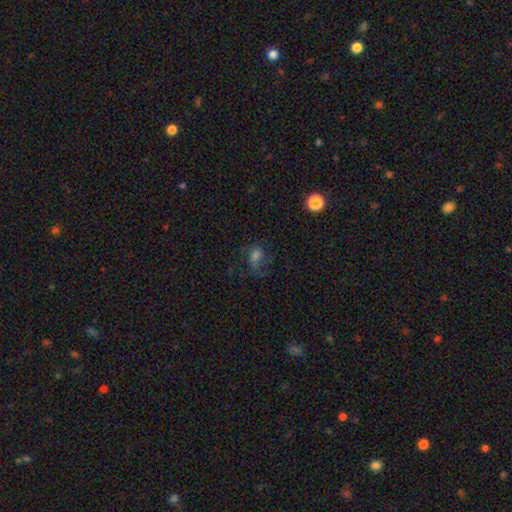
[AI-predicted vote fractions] Smooth or featured? Predicted: smooth (p=0.47). Merging? Predicted: none (p=0.48).